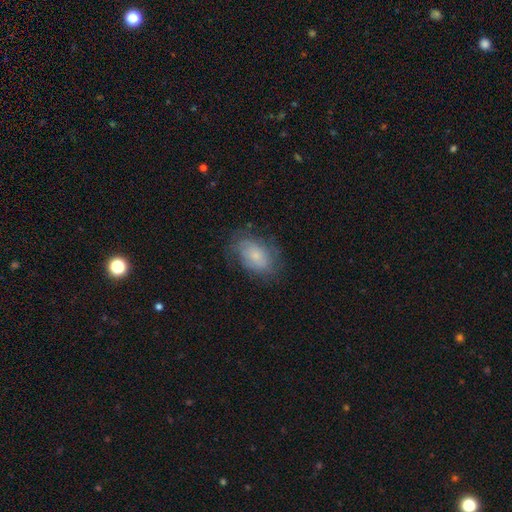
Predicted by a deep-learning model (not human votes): This is possibly a smooth galaxy (56%). How rounded: clearly in between (84%). Merging: likely none (65%).